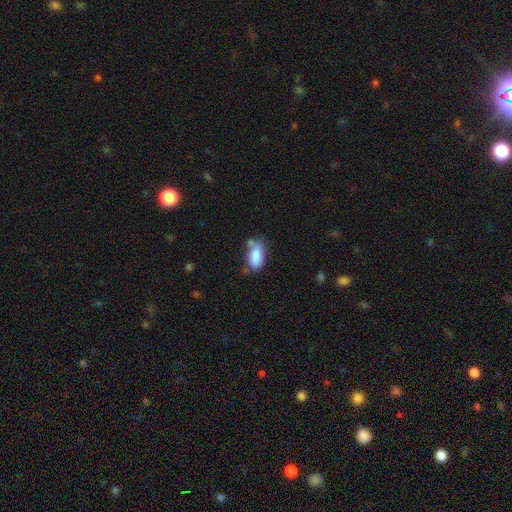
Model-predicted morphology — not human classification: The model was most divided on "merging": none: 48%, minor disturbance: 27%, merger: 16%, major disturbance: 9%. More confident: how rounded — in between (89%); smooth or featured — smooth (83%).